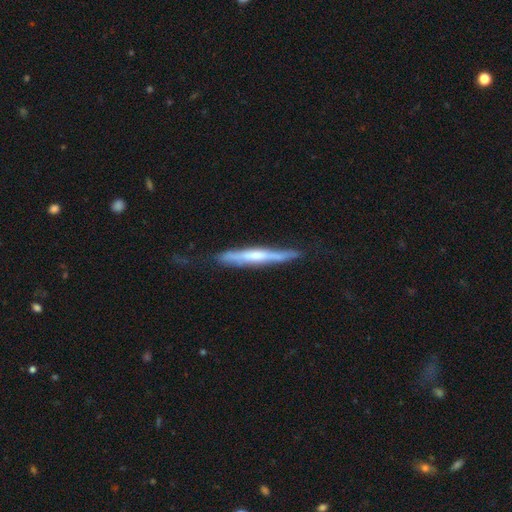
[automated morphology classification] This is likely a featured or disk galaxy (61%). It is clearly viewed edge-on (92%). Edge-on bulge: possibly rounded (47%). Merging: likely none (72%).